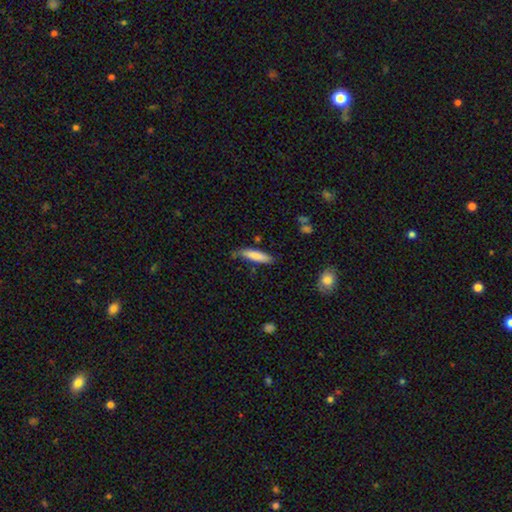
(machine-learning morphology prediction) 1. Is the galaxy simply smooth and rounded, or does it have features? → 82% smooth, 12% featured or disk, 6% star or artifact.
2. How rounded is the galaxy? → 76% cigar-shaped, 22% in between, 1% round.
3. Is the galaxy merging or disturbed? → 67% none, 25% minor disturbance, 5% major disturbance, 3% merger.